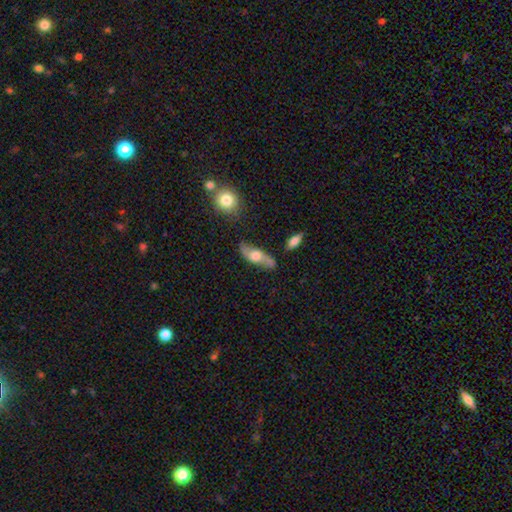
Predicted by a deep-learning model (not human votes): A featured or disk galaxy (50%).

Vote fractions:
- Smooth or featured? featured or disk: 50% / smooth: 43% / star or artifact: 7%
- Merging? none: 66% / minor disturbance: 21% / merger: 6% / major disturbance: 6%